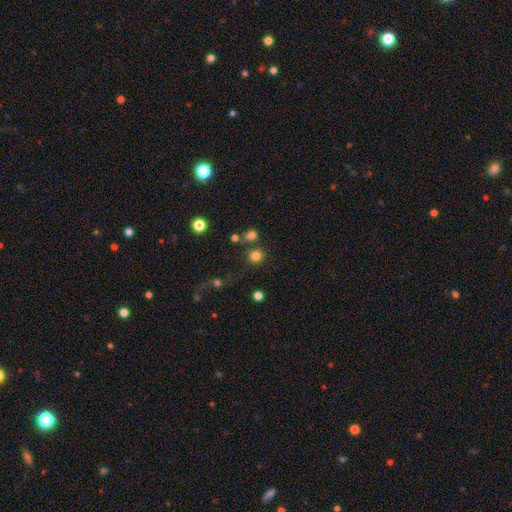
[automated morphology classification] type=smooth (80%); roundness=round (92%); merging=none (76%).